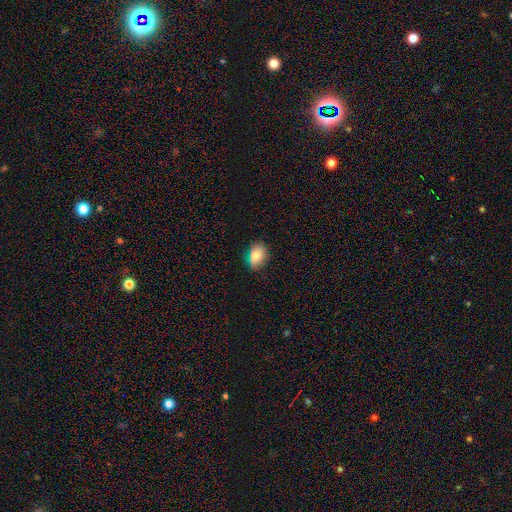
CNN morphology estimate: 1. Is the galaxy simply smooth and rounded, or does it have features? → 84% smooth, 8% star or artifact, 8% featured or disk.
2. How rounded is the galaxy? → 83% in between, 16% round, 1% cigar-shaped.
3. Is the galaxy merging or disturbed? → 71% none, 23% minor disturbance, 4% major disturbance, 2% merger.